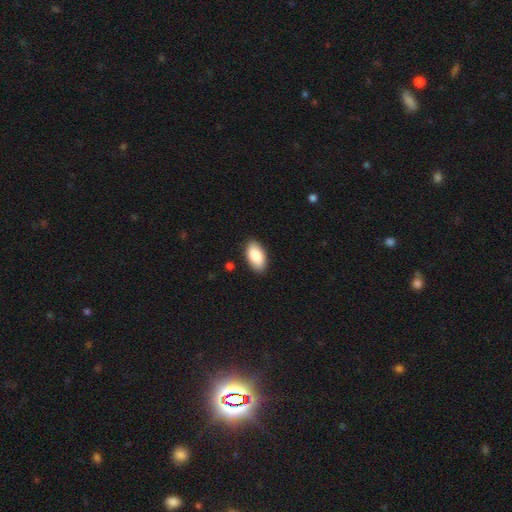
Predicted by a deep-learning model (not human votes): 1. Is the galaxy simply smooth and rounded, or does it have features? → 86% smooth, 8% featured or disk, 6% star or artifact.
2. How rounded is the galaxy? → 95% in between, 3% round, 3% cigar-shaped.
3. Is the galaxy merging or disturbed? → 88% none, 9% minor disturbance, 2% major disturbance, 1% merger.